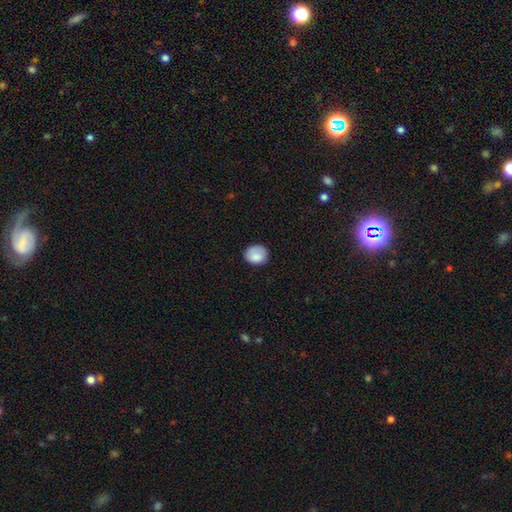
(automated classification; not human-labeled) Smooth or featured?
  - smooth: 84% *
  - featured or disk: 8%
  - star or artifact: 8%
How rounded?
  - round: 64% *
  - in between: 35%
  - cigar-shaped: 1%
Merging?
  - none: 74% *
  - minor disturbance: 19%
  - major disturbance: 5%
  - merger: 1%